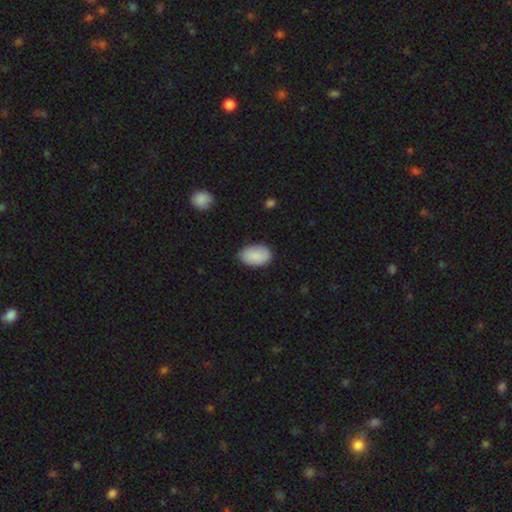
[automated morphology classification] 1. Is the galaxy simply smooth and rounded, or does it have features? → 88% smooth, 6% star or artifact, 6% featured or disk.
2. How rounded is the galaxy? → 90% in between, 9% round, 1% cigar-shaped.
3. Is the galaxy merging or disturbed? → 78% none, 18% minor disturbance, 3% major disturbance, 1% merger.